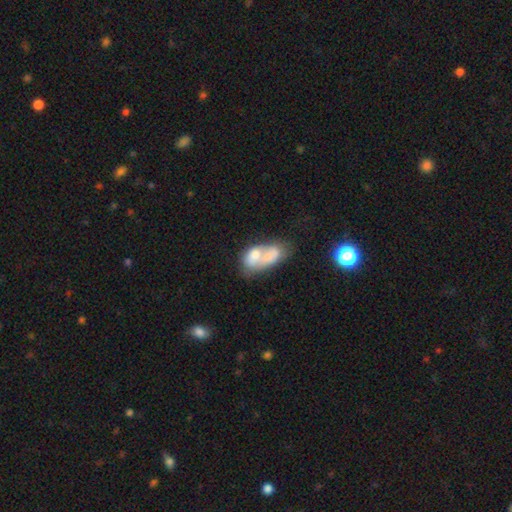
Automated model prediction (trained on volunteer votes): A smooth galaxy with no disk features (59%) that is in between round and cigar-shaped (86%).

Vote fractions:
- Smooth or featured? smooth: 59% / featured or disk: 33% / star or artifact: 8%
- How rounded? in between: 86% / round: 9% / cigar-shaped: 4%
- Merging? merger: 59% / none: 18% / minor disturbance: 12% / major disturbance: 11%